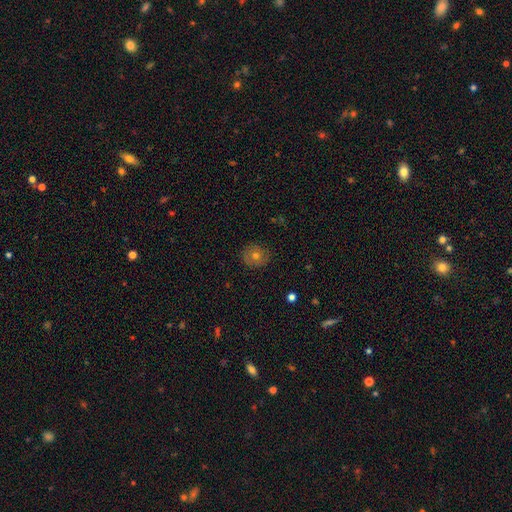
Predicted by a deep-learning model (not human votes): Overall: smooth (58%; featured or disk 28%). How rounded: round (84%). Merging: none (84%).